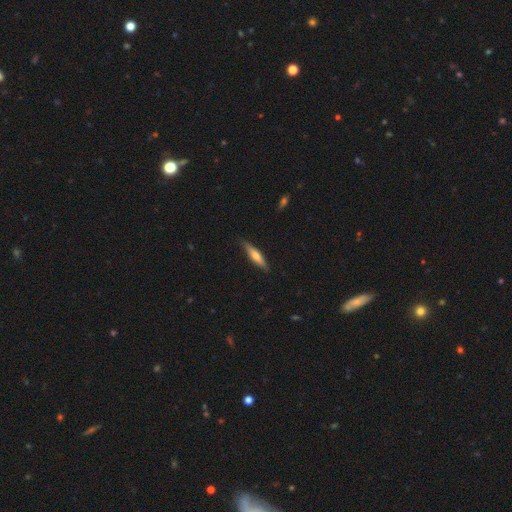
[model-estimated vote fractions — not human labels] Overall: smooth (52%; featured or disk 43%). How rounded: cigar-shaped (81%). Merging: none (85%).